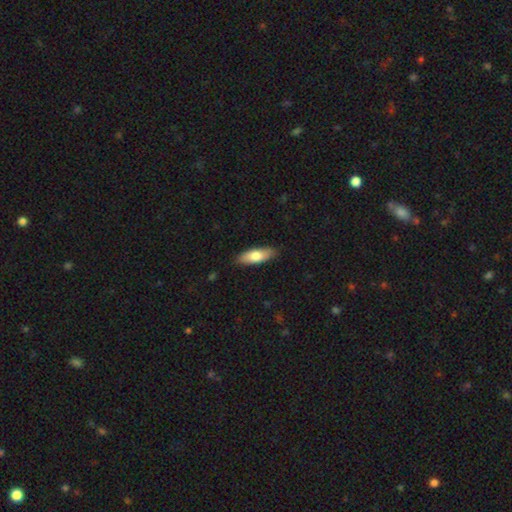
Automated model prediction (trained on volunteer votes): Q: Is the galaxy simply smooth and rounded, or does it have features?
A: smooth — 76%.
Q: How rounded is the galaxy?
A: in between — 64%.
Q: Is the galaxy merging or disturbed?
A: none — 87%.